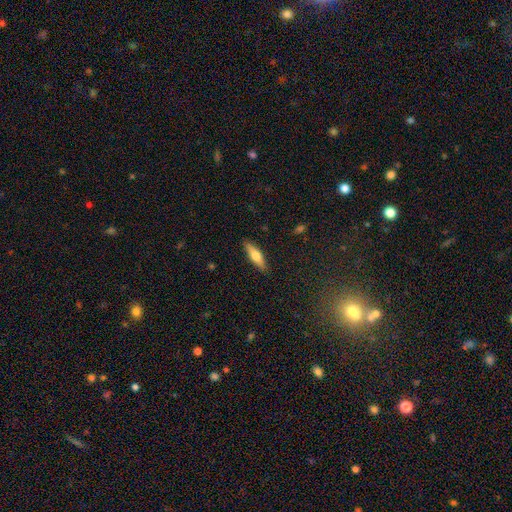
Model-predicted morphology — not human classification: Smooth or featured: smooth — 60% (featured or disk — 34%)
How rounded: cigar-shaped — 64% (in between — 34%)
Merging: none — 89% (minor disturbance — 8%)